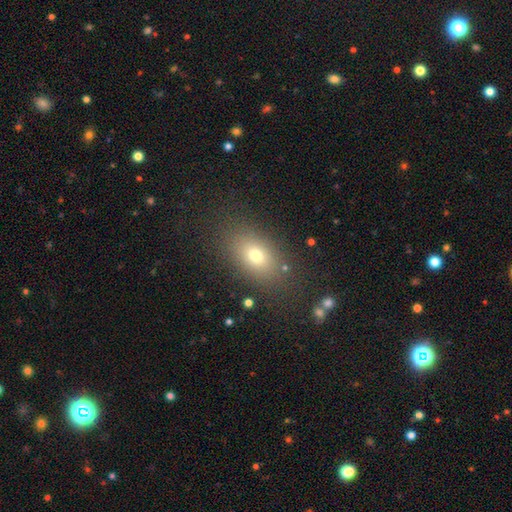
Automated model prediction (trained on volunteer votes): The model was most divided on "smooth or featured": smooth: 72%, star or artifact: 14%, featured or disk: 14%. More confident: merging — none (83%); how rounded — in between (80%).